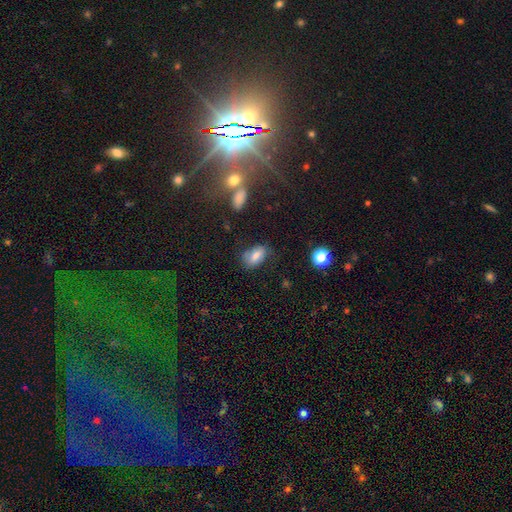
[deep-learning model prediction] This appears to be a smooth galaxy with no disk features (75%) that is in between round and cigar-shaped (89%). Merging: none (65%).